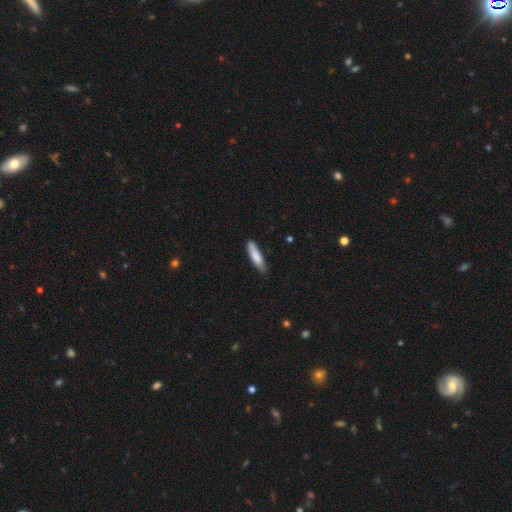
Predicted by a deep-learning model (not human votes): Smooth or featured? Predicted: smooth (p=0.82). How rounded? Predicted: cigar-shaped (p=0.75). Merging? Predicted: none (p=0.76).